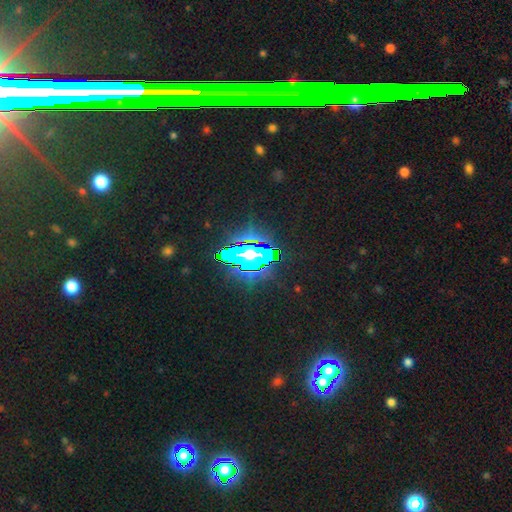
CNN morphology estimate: Smooth or featured: star or artifact — 82% (smooth — 9%)